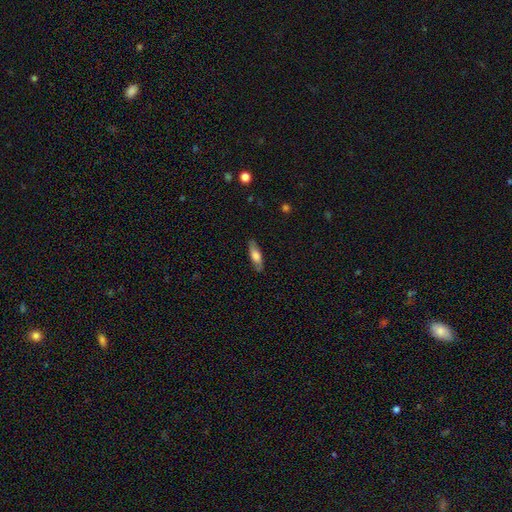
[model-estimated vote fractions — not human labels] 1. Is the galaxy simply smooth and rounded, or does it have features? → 64% smooth, 30% featured or disk, 6% star or artifact.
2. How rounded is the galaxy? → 53% in between, 45% cigar-shaped, 2% round.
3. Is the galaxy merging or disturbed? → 83% none, 13% minor disturbance, 3% major disturbance, 1% merger.